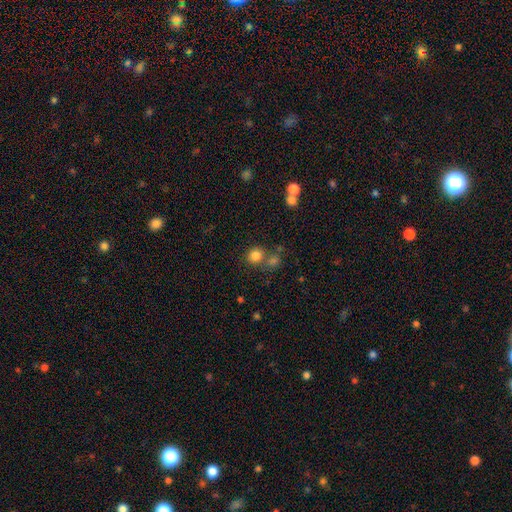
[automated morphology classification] This appears to be a smooth galaxy with no disk features (81%) that is round (85%). Merging: none (65%).